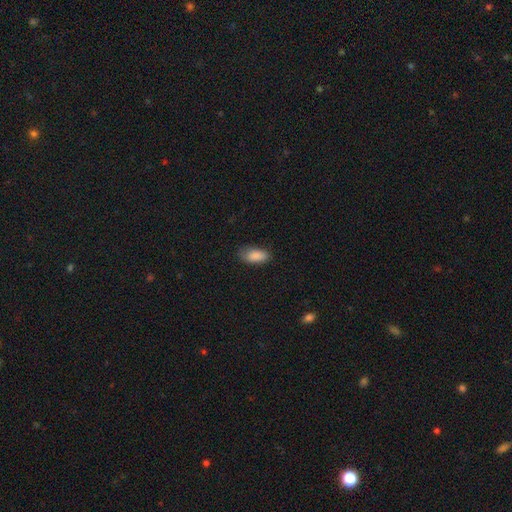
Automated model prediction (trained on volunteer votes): A smooth galaxy with no disk features (88%) that is in between round and cigar-shaped (90%).

Vote fractions:
- Smooth or featured? smooth: 88% / star or artifact: 7% / featured or disk: 5%
- How rounded? in between: 90% / cigar-shaped: 7% / round: 3%
- Merging? none: 74% / minor disturbance: 21% / major disturbance: 4% / merger: 1%